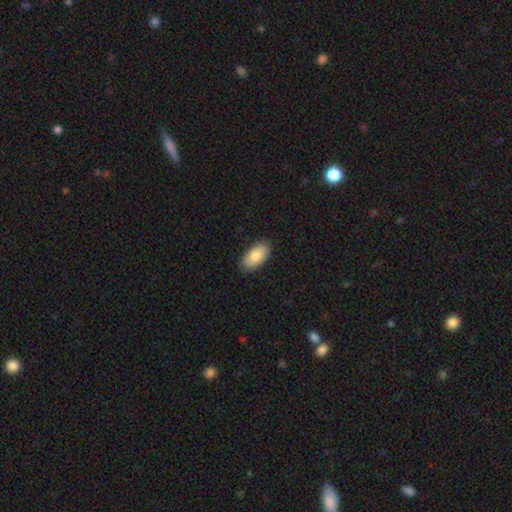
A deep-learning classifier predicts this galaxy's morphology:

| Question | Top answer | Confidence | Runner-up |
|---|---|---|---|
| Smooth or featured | smooth | 85% | featured or disk (9%) |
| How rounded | in between | 94% | cigar-shaped (3%) |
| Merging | none | 87% | minor disturbance (10%) |